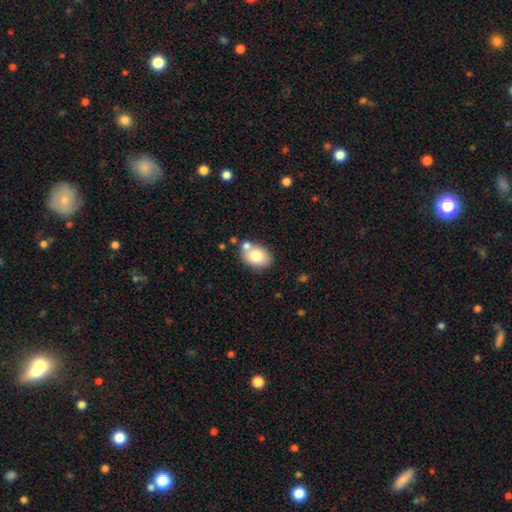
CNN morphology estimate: This is likely a smooth galaxy (77%). How rounded: likely in between (75%). Merging: likely none (63%).